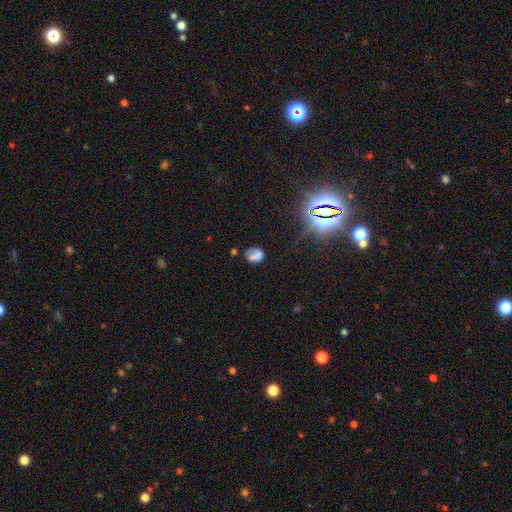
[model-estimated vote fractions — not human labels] A smooth galaxy with no disk features (61%) that is in between round and cigar-shaped (57%). Merging: none (52%).